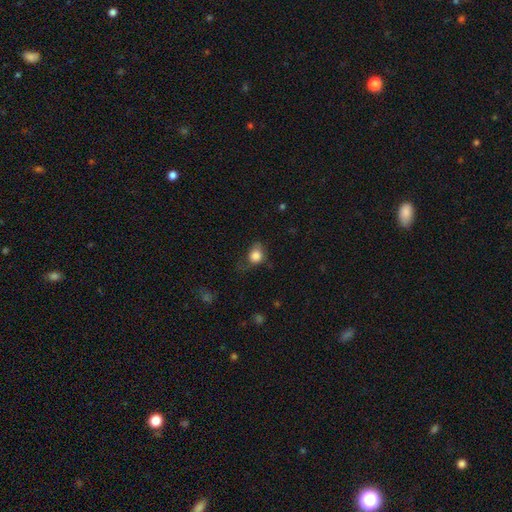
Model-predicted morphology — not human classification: A smooth galaxy with no disk features (83%) that is round (57%). Merging: none (43%).